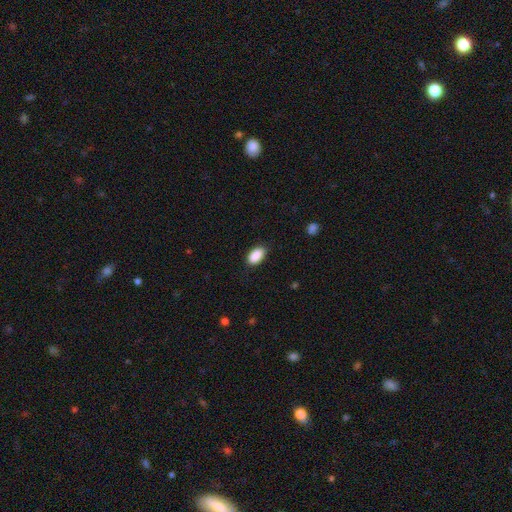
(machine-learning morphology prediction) A smooth galaxy with no disk features (90%) that is in between round and cigar-shaped (93%).

Vote fractions:
- Smooth or featured? smooth: 90% / star or artifact: 7% / featured or disk: 3%
- How rounded? in between: 93% / round: 4% / cigar-shaped: 2%
- Merging? none: 86% / minor disturbance: 11% / major disturbance: 2% / merger: 1%